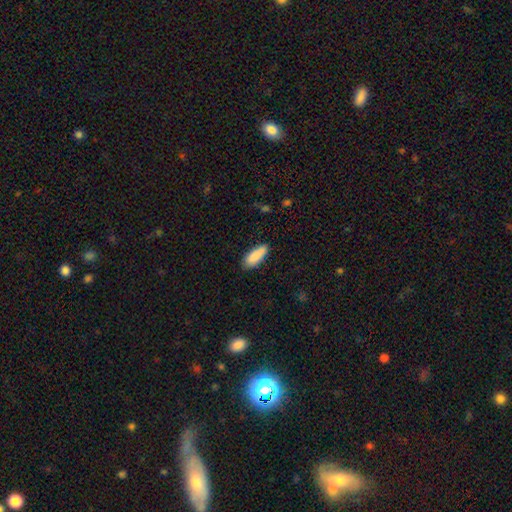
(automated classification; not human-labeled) This appears to be a smooth galaxy with no disk features (89%) that is in between round and cigar-shaped (65%). Merging: none (85%).